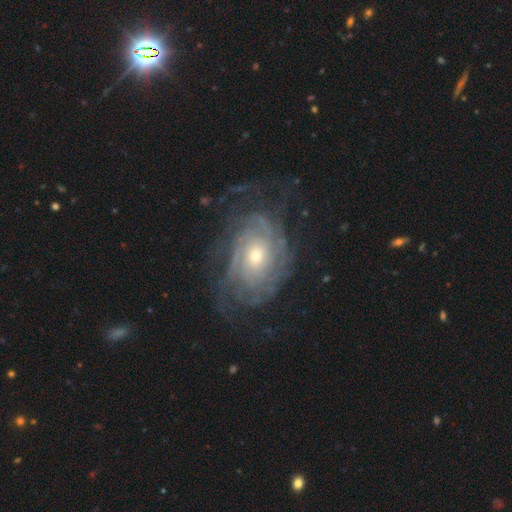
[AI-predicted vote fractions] The model was most divided on "bulge size": moderate: 56%, small: 37%, large: 4%, none: 1%, dominant: 1%. Remaining: edge-on disk — no (96%); spiral arms — yes (92%); smooth or featured — featured or disk (85%); bar — no (78%); spiral winding — tight (68%); merging — none (66%); spiral arm count — can't tell (48%).